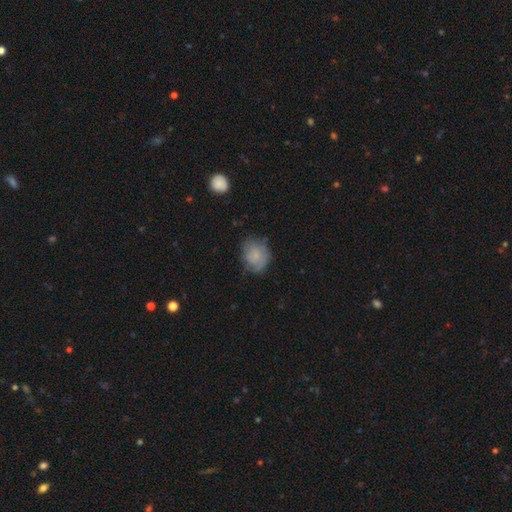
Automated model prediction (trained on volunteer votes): Smooth or featured? Predicted: smooth (p=0.65). How rounded? Predicted: round (p=0.62). Merging? Predicted: none (p=0.62).